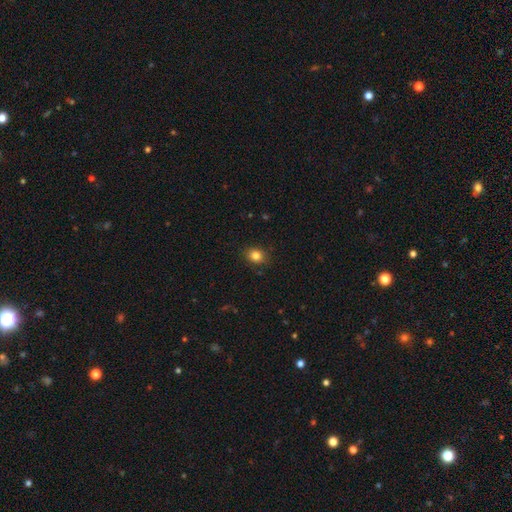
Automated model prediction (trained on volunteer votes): Smooth or featured? Predicted: smooth (p=0.84). How rounded? Predicted: round (p=0.56). Merging? Predicted: none (p=0.88).